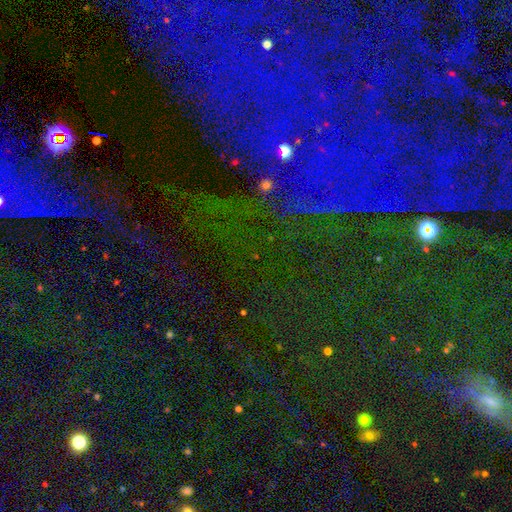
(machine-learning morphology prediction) The model was most divided on "smooth or featured": star or artifact: 83%, smooth: 9%, featured or disk: 8%.